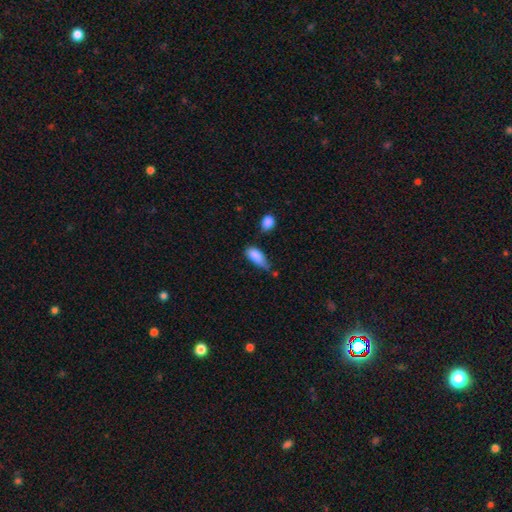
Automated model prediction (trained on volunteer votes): The model was most divided on "merging": minor disturbance: 46%, none: 28%, major disturbance: 17%, merger: 9%. More confident: how rounded — in between (84%); smooth or featured — smooth (83%).